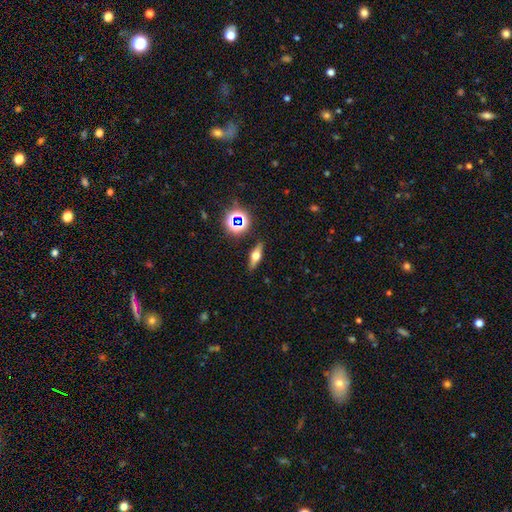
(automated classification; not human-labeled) This is possibly a featured or disk galaxy (47%). Merging: clearly none (88%).